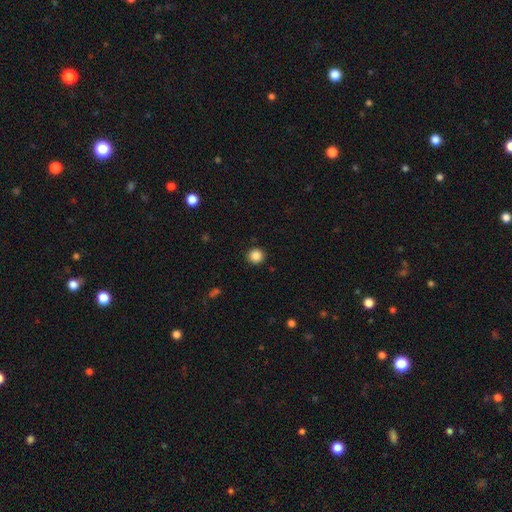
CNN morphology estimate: type=smooth (86%); roundness=round (93%); merging=none (92%).